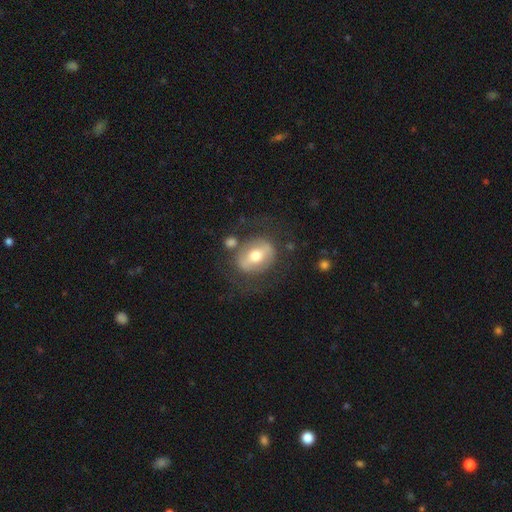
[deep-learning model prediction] Smooth or featured?
  - featured or disk: 54% *
  - smooth: 39%
  - star or artifact: 7%
Edge-on disk?
  - no: 92% *
  - yes: 8%
Merging?
  - none: 69% *
  - minor disturbance: 15%
  - major disturbance: 11%
  - merger: 6%